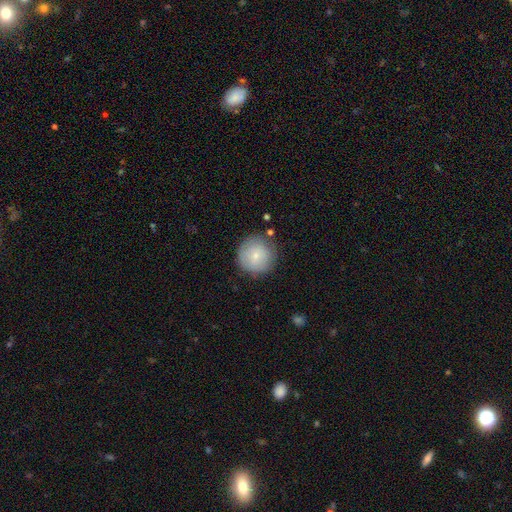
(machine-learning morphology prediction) This appears to be a smooth galaxy with no disk features (79%) that is round (95%). Merging: none (79%).